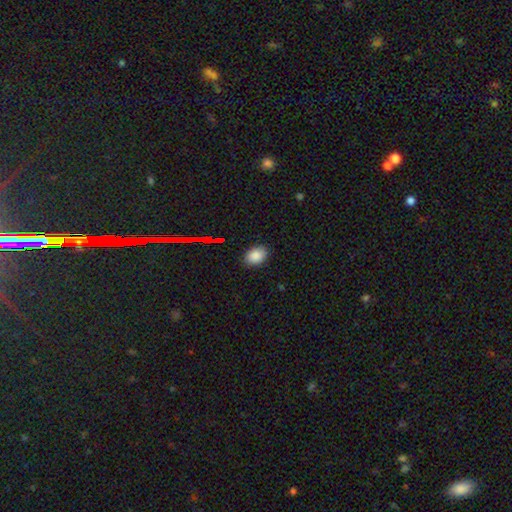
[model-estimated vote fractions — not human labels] smooth 86%, star or artifact 9%, featured or disk 5%. Down the decision tree: how rounded — in between (76%); merging — none (86%).